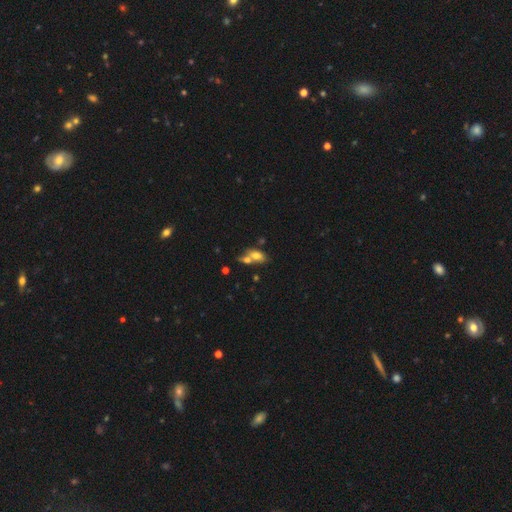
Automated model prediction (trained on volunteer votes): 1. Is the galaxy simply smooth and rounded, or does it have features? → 70% smooth, 20% featured or disk, 10% star or artifact.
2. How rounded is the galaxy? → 83% in between, 10% round, 7% cigar-shaped.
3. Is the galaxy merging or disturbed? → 53% merger, 31% none, 11% minor disturbance, 5% major disturbance.